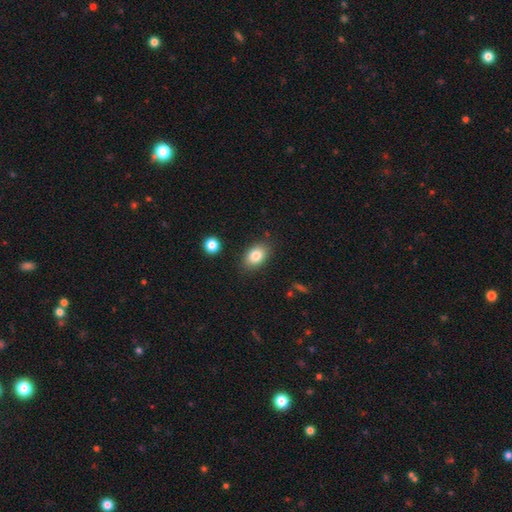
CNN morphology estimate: This is clearly a smooth galaxy (82%). How rounded: clearly in between (85%). Merging: clearly none (85%).